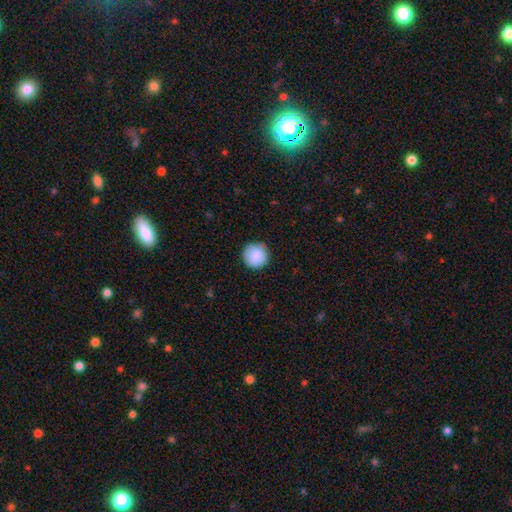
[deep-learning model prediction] Smooth or featured? Predicted: smooth (p=0.87). How rounded? Predicted: round (p=0.95). Merging? Predicted: none (p=0.87).